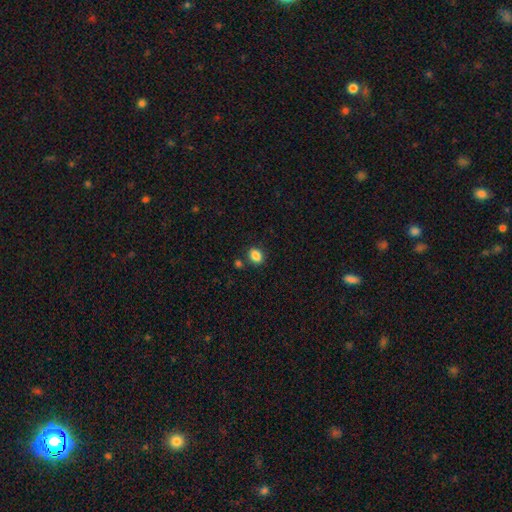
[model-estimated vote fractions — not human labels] Smooth or featured: smooth — 86% (star or artifact — 10%)
How rounded: in between — 50% (round — 49%)
Merging: none — 82% (minor disturbance — 10%)